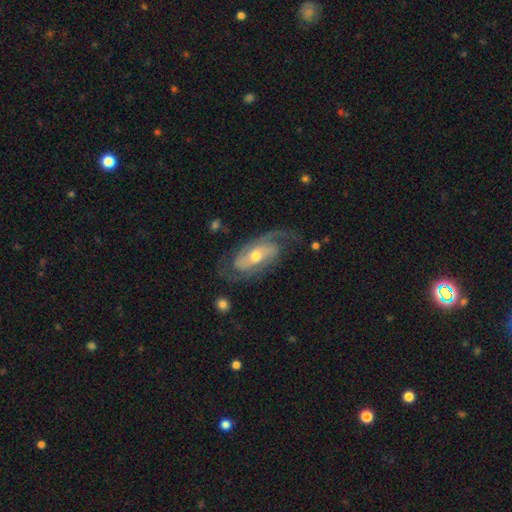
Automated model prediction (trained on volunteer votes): A featured or disk galaxy (87%) with no bar (49%), 2 (76%) medium (44%) spiral arms (96%) and a moderate central bulge (62%).

Vote fractions:
- Smooth or featured? featured or disk: 87% / smooth: 8% / star or artifact: 5%
- Edge-on disk? no: 95% / yes: 5%
- Bar? no: 49% / weak: 34% / strong: 17%
- Spiral arms? yes: 96% / no: 4%
- Spiral winding? medium: 44% / tight: 38% / loose: 18%
- Spiral arm count? 2: 76% / can't tell: 8% / 3: 7% / 1: 5% / 4: 2% / more than 4: 2%
- Bulge size? moderate: 62% / small: 32% / large: 4% / none: 1% / dominant: 1%
- Merging? none: 71% / minor disturbance: 17% / major disturbance: 11% / merger: 2%